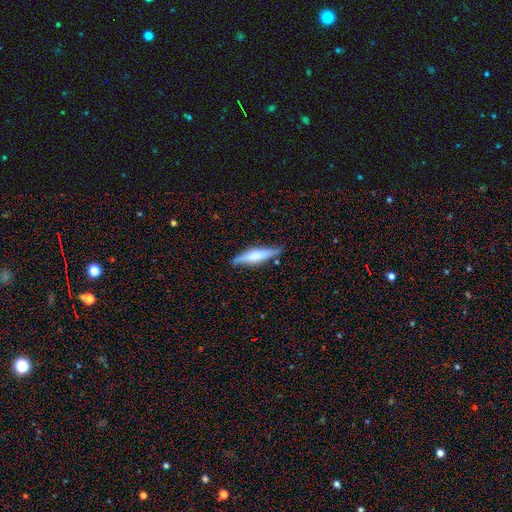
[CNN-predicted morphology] This is possibly a smooth galaxy (53%). How rounded: clearly cigar-shaped (80%). Merging: likely none (80%).